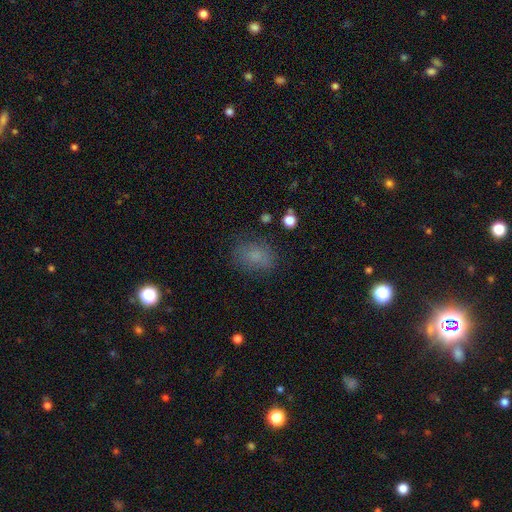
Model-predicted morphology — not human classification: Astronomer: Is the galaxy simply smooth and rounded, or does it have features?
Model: smooth — 76%.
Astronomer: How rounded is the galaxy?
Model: in between — 65%.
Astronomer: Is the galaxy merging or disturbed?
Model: none — 76%.